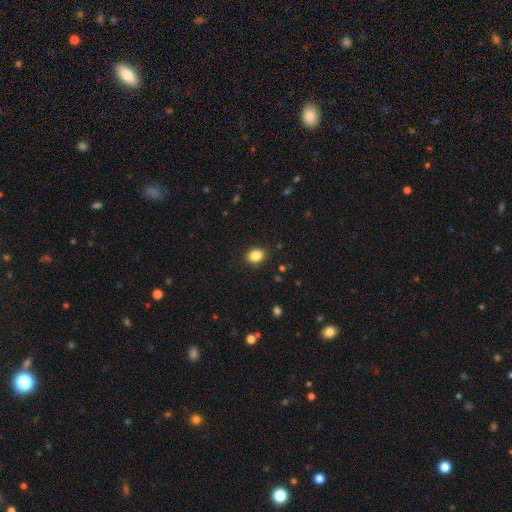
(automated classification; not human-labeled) A smooth galaxy with no disk features (86%) that is in between round and cigar-shaped (61%). Merging: none (89%).